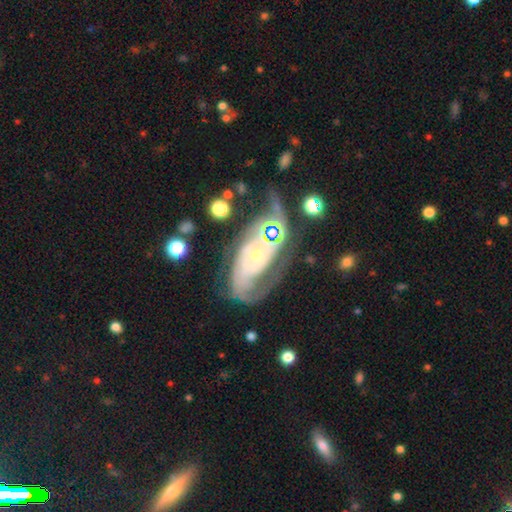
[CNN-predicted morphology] A featured or disk galaxy (83%) with no bar (68%), 2 (54%) tight (44%) spiral arms (92%) and a small central bulge (68%).

Vote fractions:
- Smooth or featured? featured or disk: 83% / smooth: 9% / star or artifact: 7%
- Edge-on disk? no: 95% / yes: 5%
- Bar? no: 68% / weak: 24% / strong: 8%
- Spiral arms? yes: 92% / no: 8%
- Spiral winding? tight: 44% / medium: 38% / loose: 18%
- Spiral arm count? 2: 54% / can't tell: 22% / 1: 10% / 3: 8% / 4: 3% / more than 4: 3%
- Bulge size? small: 68% / moderate: 25% / none: 3% / large: 2% / dominant: 1%
- Merging? none: 39% / major disturbance: 26% / minor disturbance: 20% / merger: 15%